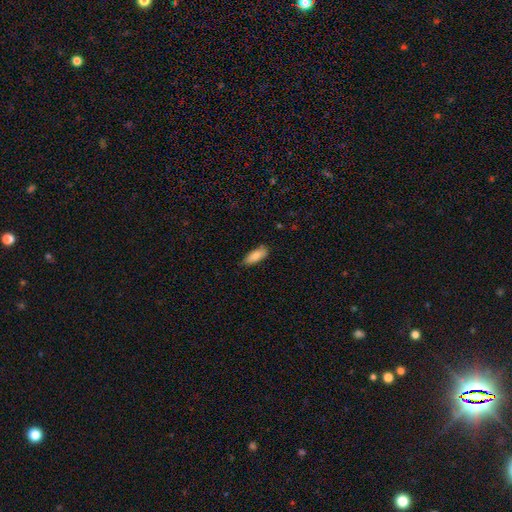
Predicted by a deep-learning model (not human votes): Smooth or featured?
  - smooth: 84% *
  - featured or disk: 10%
  - star or artifact: 6%
How rounded?
  - in between: 71% *
  - cigar-shaped: 27%
  - round: 2%
Merging?
  - none: 79% *
  - minor disturbance: 18%
  - major disturbance: 2%
  - merger: 1%